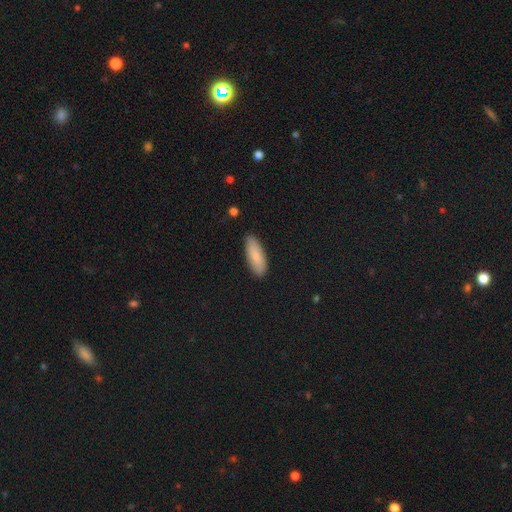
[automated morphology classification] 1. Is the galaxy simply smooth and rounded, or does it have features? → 83% smooth, 11% featured or disk, 6% star or artifact.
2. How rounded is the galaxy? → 68% in between, 30% cigar-shaped, 2% round.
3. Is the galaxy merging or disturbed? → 85% none, 11% minor disturbance, 2% major disturbance, 1% merger.